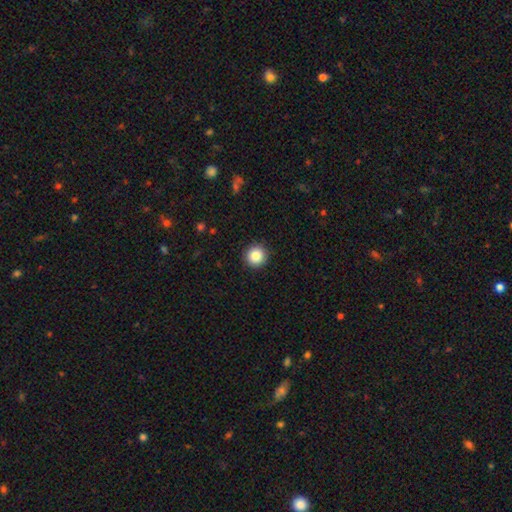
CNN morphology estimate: Smooth or featured? smooth (85%)
How rounded? round (95%)
Merging? none (92%)